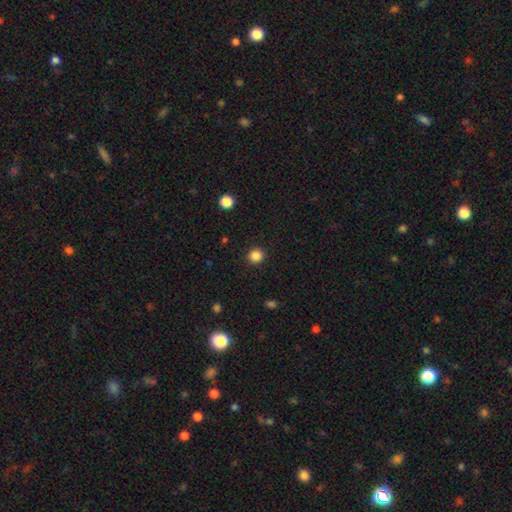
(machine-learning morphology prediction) A smooth galaxy with no disk features (85%) that is round (93%).

Vote fractions:
- Smooth or featured? smooth: 85% / star or artifact: 12% / featured or disk: 3%
- How rounded? round: 93% / in between: 6% / cigar-shaped: 1%
- Merging? none: 92% / minor disturbance: 5% / major disturbance: 2% / merger: 1%